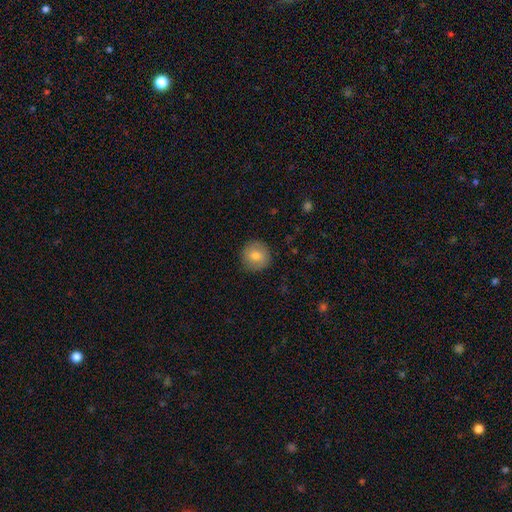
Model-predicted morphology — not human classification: The model was most divided on "smooth or featured": smooth: 79%, featured or disk: 13%, star or artifact: 8%. More confident: how rounded — round (94%); merging — none (89%).